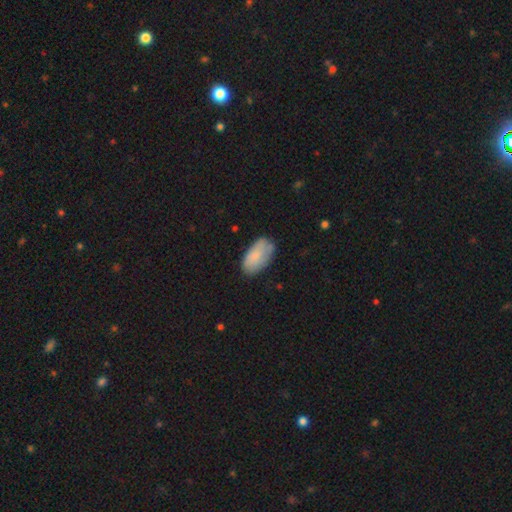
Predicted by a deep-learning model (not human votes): Smooth or featured? Predicted: smooth (p=0.79). How rounded? Predicted: in between (p=0.94). Merging? Predicted: none (p=0.68).